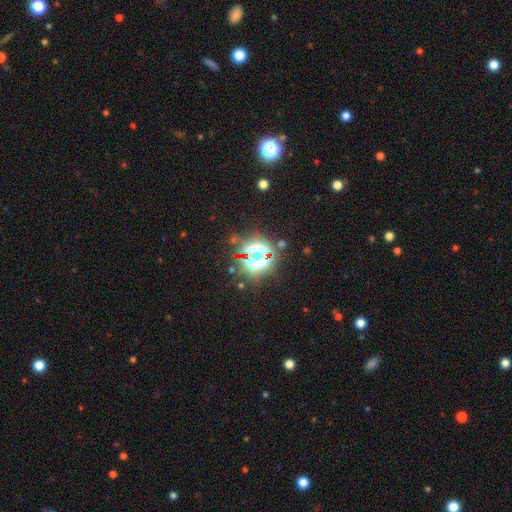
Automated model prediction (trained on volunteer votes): Overall: star or artifact (63%; smooth 24%).